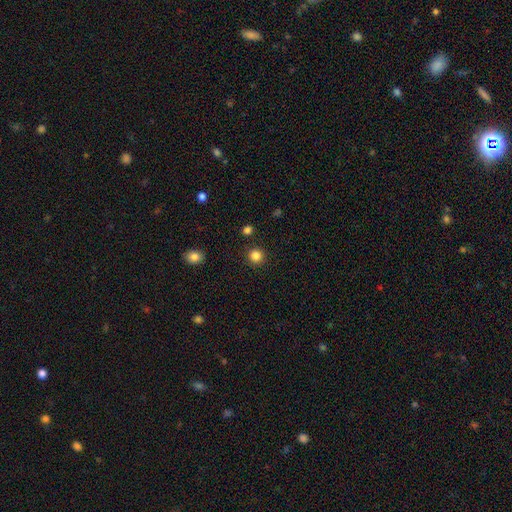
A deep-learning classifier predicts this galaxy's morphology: Smooth or featured? smooth (85%)
How rounded? round (94%)
Merging? none (91%)